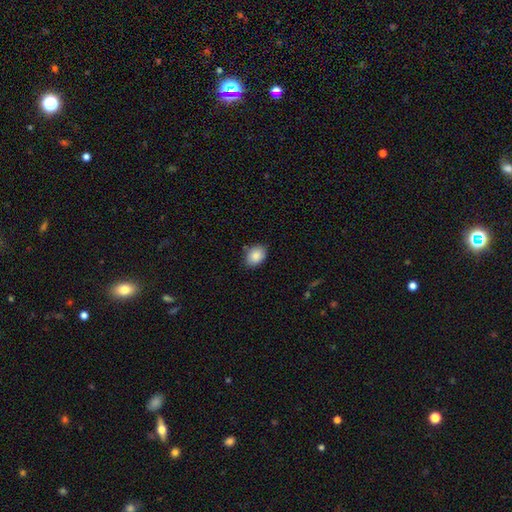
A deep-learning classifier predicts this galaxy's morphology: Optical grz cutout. It shows a smooth galaxy with no disk features (87%) that is in between round and cigar-shaped (73%). Merging: none (83%).